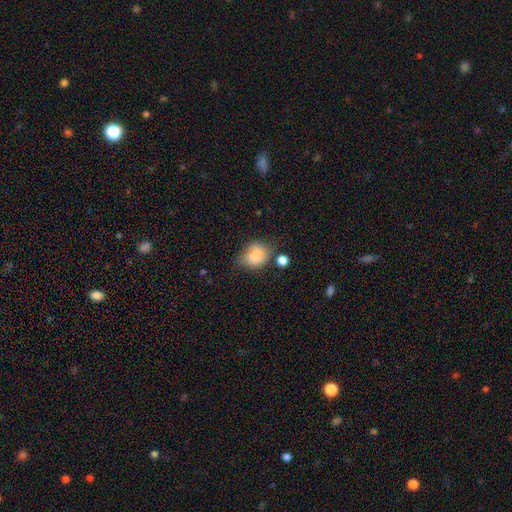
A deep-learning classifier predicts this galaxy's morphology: Smooth or featured? Predicted: smooth (p=0.80). How rounded? Predicted: in between (p=0.55). Merging? Predicted: none (p=0.51).